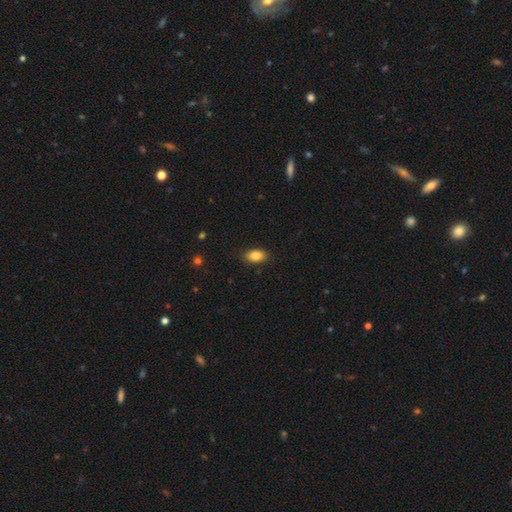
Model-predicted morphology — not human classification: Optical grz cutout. It shows a smooth galaxy with no disk features (84%) that is in between round and cigar-shaped (90%). Merging: none (87%).